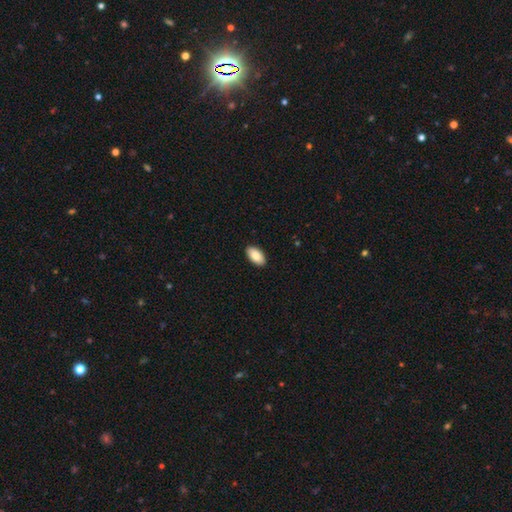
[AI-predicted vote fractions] Smooth or featured? smooth (87%)
How rounded? in between (95%)
Merging? none (90%)